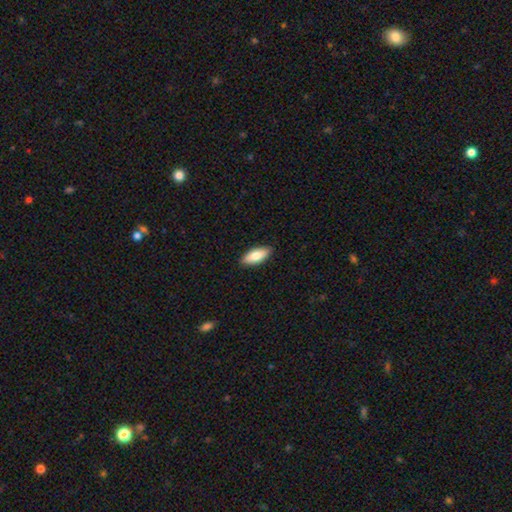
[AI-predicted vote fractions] This appears to be a smooth galaxy with no disk features (81%) that is in between round and cigar-shaped (81%). Merging: none (89%).